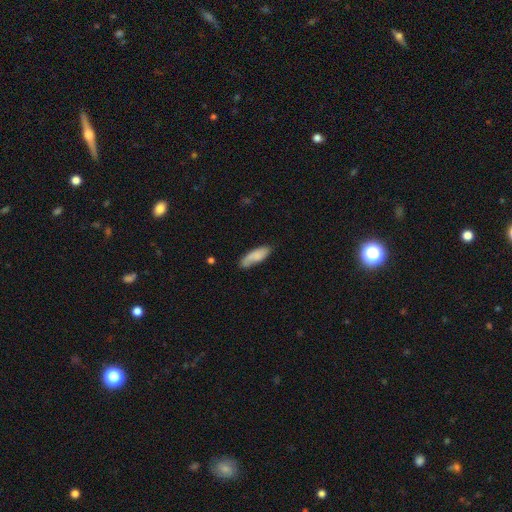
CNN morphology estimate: A smooth galaxy with no disk features (79%) that is in between round and cigar-shaped (67%). Merging: none (70%).